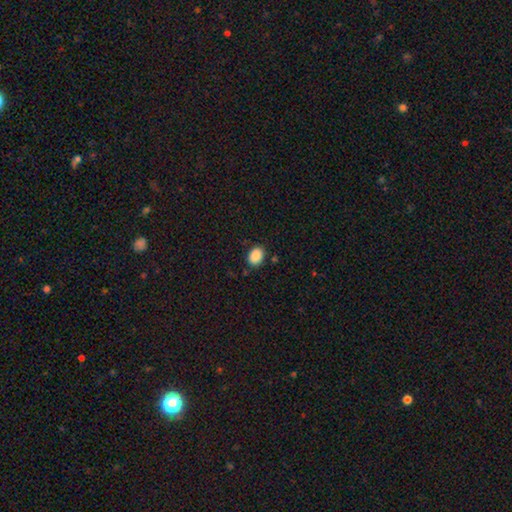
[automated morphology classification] The model was most divided on "how rounded": in between: 66%, round: 33%, cigar-shaped: 1%. More confident: smooth or featured — smooth (89%); merging — none (85%).